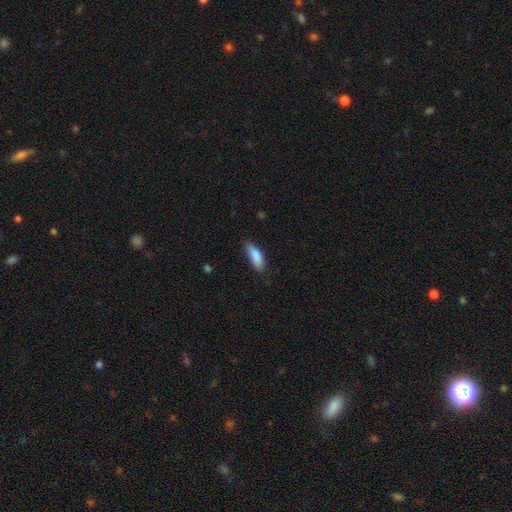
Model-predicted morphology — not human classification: smooth-or-featured: smooth: 87% | star or artifact: 6% | featured or disk: 6%
  how-rounded: in between: 63% | cigar-shaped: 35% | round: 2%
  merging: none: 73% | minor disturbance: 22% | major disturbance: 4% | merger: 1%